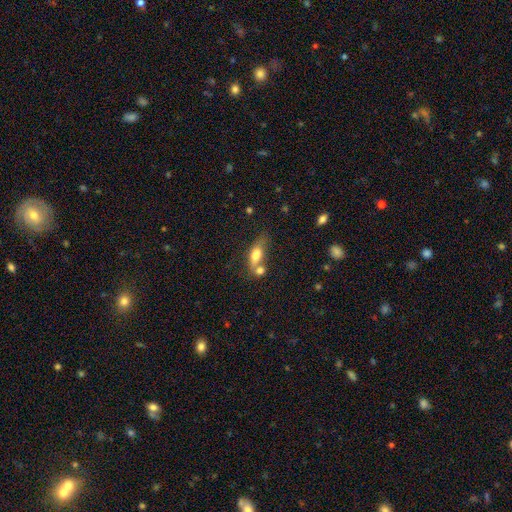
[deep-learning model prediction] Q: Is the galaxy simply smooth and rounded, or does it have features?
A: smooth — 70%.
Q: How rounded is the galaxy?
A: in between — 74%.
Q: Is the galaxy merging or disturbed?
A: merger — 41%.